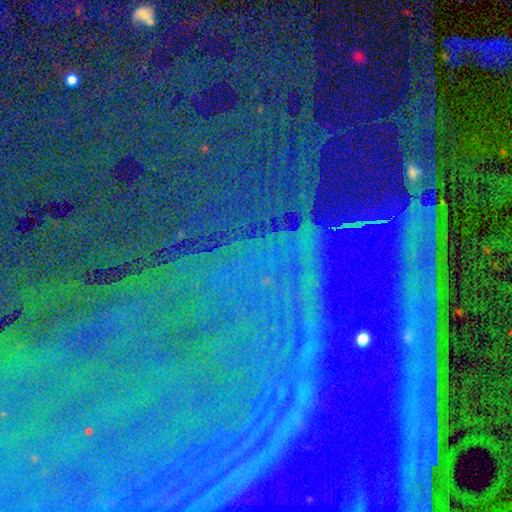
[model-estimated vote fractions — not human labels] smooth-or-featured: star or artifact: 87% | featured or disk: 7% | smooth: 6%